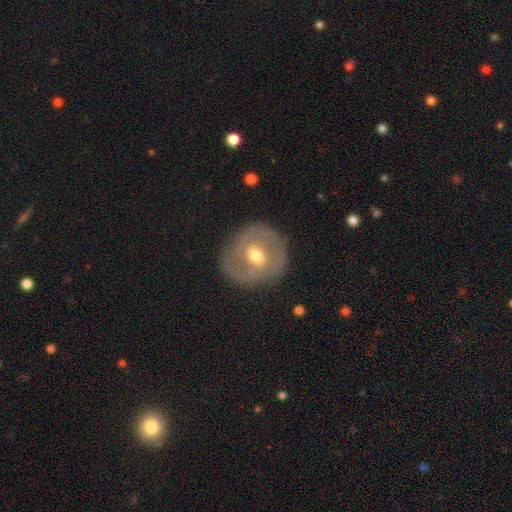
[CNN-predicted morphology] A featured or disk galaxy (64%) with no bar (44%), no spiral arms (53%) and a moderate central bulge (73%). Merging: none (76%).